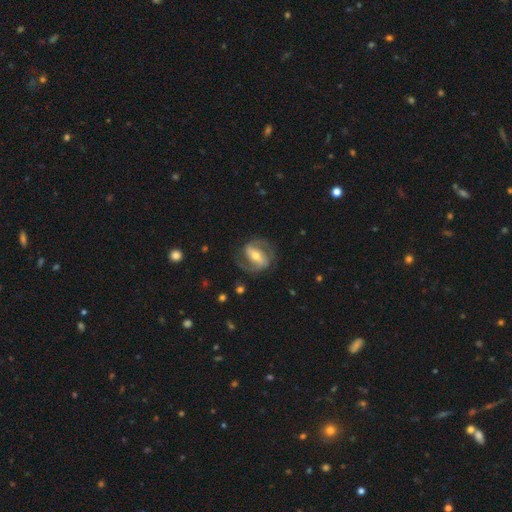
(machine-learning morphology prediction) Smooth or featured? Predicted: featured or disk (p=0.85). Edge-on disk? Predicted: no (p=0.96). Bar? Predicted: strong (p=0.58). Spiral arms? Predicted: yes (p=0.92). Spiral winding? Predicted: medium (p=0.53). Spiral arm count? Predicted: 2 (p=0.90). Bulge size? Predicted: moderate (p=0.60). Merging? Predicted: none (p=0.78).